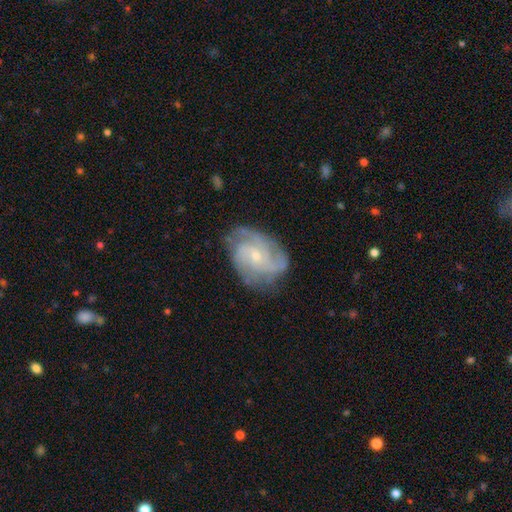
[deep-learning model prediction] This is clearly a featured or disk galaxy (85%). It is clearly not viewed edge-on (98%). Bar: likely no (61%). Spiral arm pattern: clearly yes (97%). Spiral arm count: marginally 3 (39%). Spiral winding: marginally medium (44%, tied with tight). Central bulge: likely small (61%). Merging: likely none (71%).